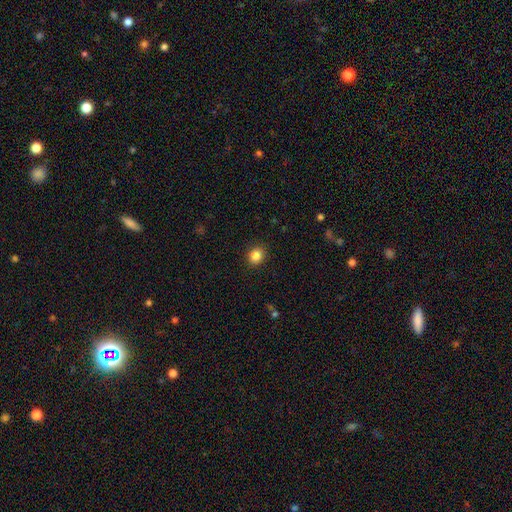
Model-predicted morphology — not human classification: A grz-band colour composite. It shows a smooth galaxy with no disk features (85%) that is round (74%). Merging: none (90%).